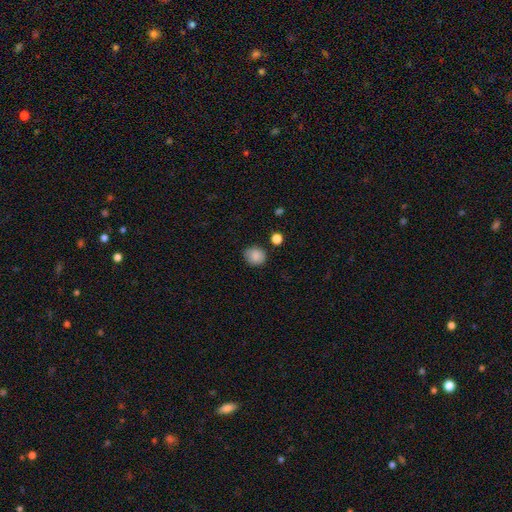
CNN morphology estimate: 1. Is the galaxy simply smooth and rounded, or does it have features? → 86% smooth, 9% star or artifact, 5% featured or disk.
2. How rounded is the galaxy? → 75% round, 24% in between, 1% cigar-shaped.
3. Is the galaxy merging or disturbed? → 81% none, 14% minor disturbance, 3% major disturbance, 3% merger.